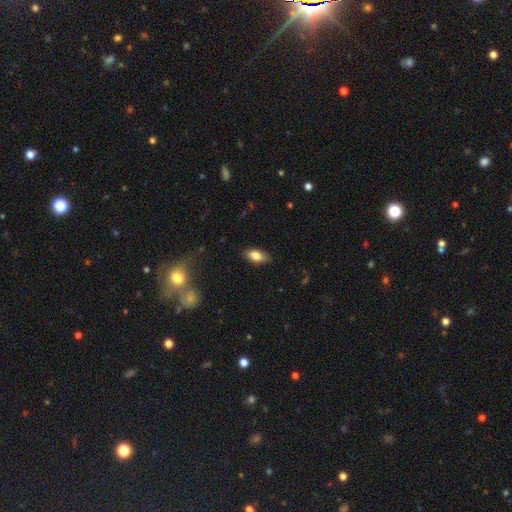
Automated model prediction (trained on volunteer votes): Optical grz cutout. It shows a smooth galaxy with no disk features (81%) that is in between round and cigar-shaped (89%). Merging: none (85%).